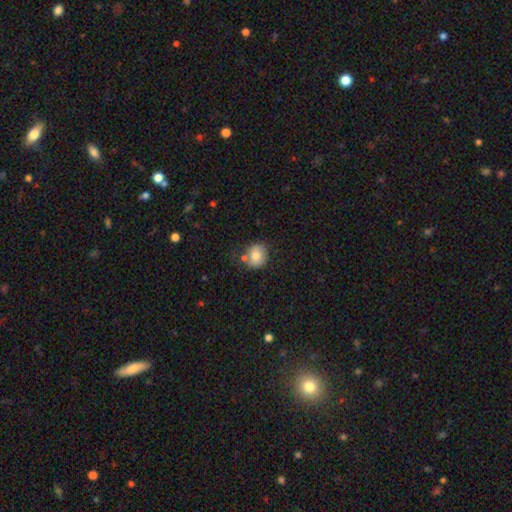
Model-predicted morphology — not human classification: Smooth or featured: smooth — 73% (featured or disk — 18%)
How rounded: round — 79% (in between — 20%)
Merging: none — 63% (minor disturbance — 19%)